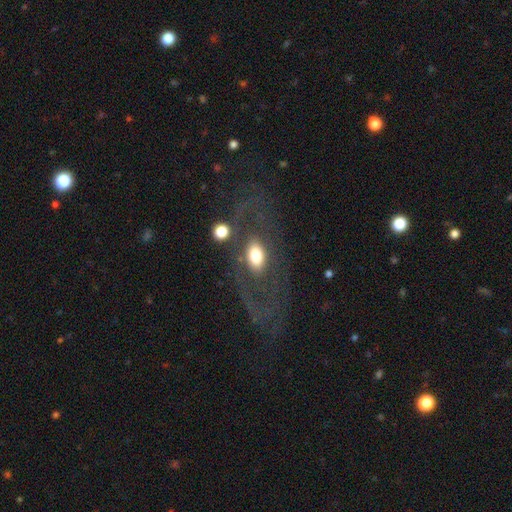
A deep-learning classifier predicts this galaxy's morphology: Smooth or featured: smooth — 52% (featured or disk — 40%)
How rounded: in between — 85% (round — 11%)
Merging: none — 62% (major disturbance — 18%)